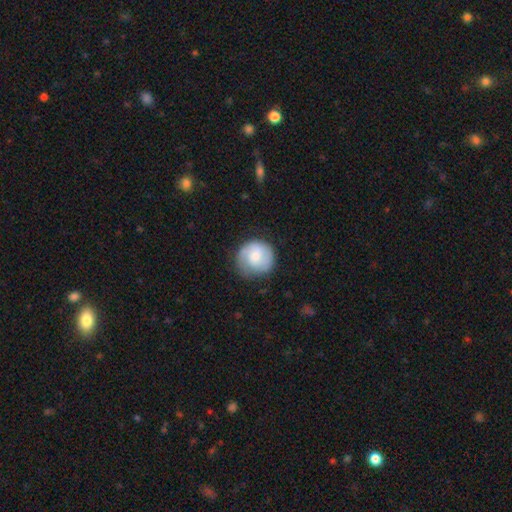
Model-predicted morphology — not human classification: Q: Smooth or featured?
A: smooth (54%); runner-up: featured or disk (40%)
Q: How rounded?
A: round (91%); runner-up: in between (8%)
Q: Merging?
A: none (73%); runner-up: minor disturbance (19%)